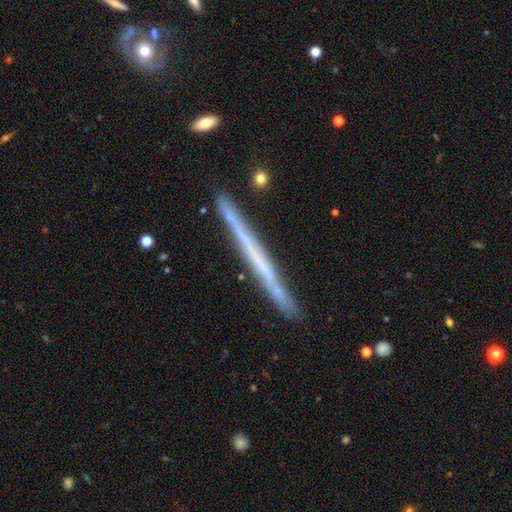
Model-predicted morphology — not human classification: A featured or disk galaxy (58%) viewed edge-on (98%) with no central bulge (92%).

Vote fractions:
- Smooth or featured? featured or disk: 58% / smooth: 36% / star or artifact: 6%
- Edge-on disk? yes: 98% / no: 2%
- Edge-on bulge? none: 92% / rounded: 5% / boxy: 3%
- Merging? none: 90% / minor disturbance: 7% / merger: 1% / major disturbance: 1%